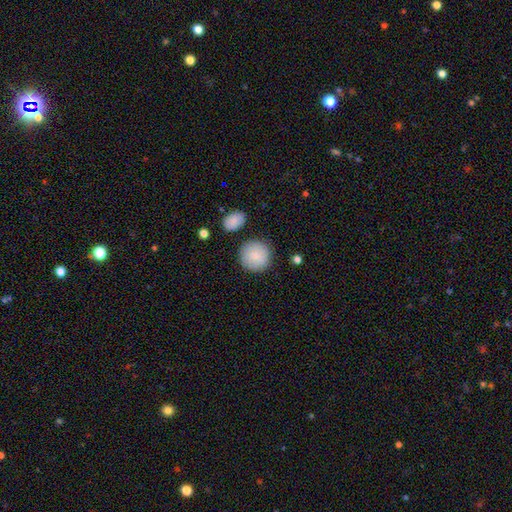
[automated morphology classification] This is clearly a smooth galaxy (86%). How rounded: clearly round (94%). Merging: clearly none (84%).